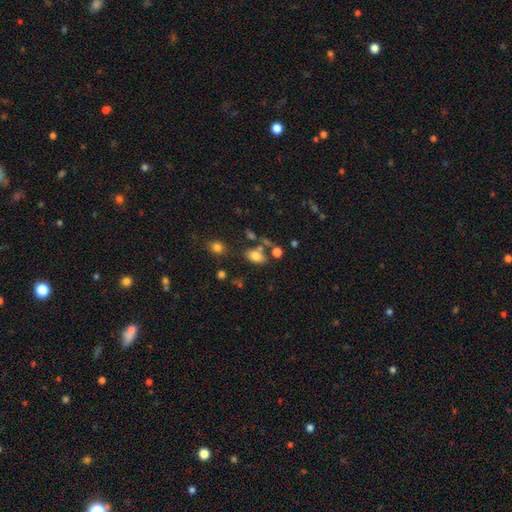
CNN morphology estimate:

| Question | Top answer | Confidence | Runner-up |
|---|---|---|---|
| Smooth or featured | smooth | 77% | featured or disk (12%) |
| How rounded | in between | 88% | round (10%) |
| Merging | none | 61% | merger (18%) |